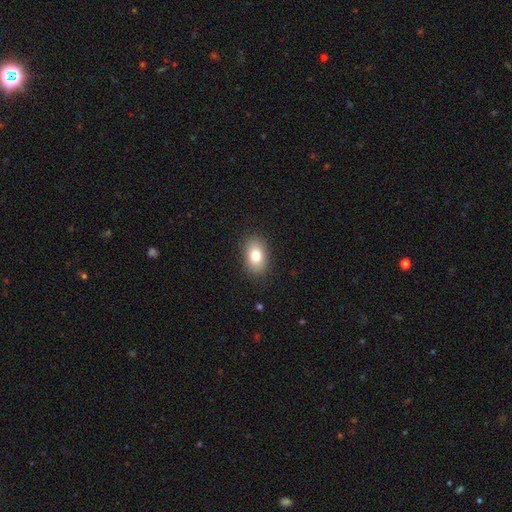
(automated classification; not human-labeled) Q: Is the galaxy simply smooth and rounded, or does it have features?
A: smooth — 79%.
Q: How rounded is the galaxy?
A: in between — 84%.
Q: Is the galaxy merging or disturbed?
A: none — 88%.